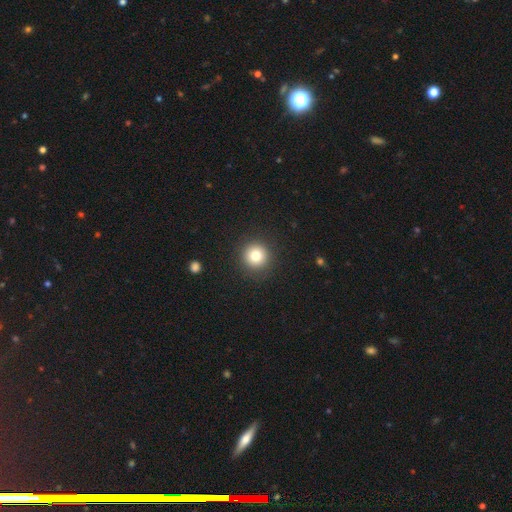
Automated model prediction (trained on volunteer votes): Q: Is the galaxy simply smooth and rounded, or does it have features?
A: smooth — 79%.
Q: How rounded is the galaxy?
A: round — 95%.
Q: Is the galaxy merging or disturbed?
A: none — 91%.